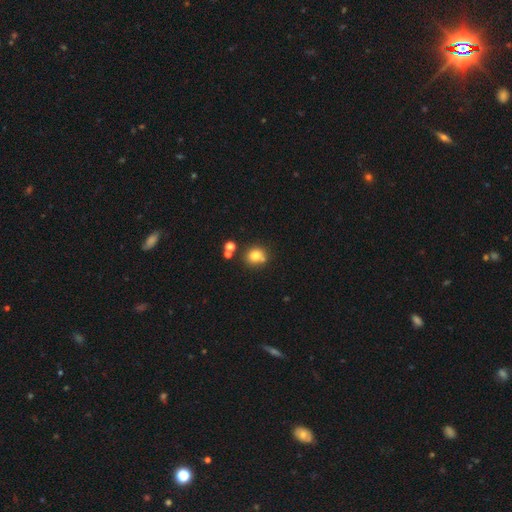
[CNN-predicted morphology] This appears to be a smooth galaxy with no disk features (77%) that is round (82%). Merging: none (67%).